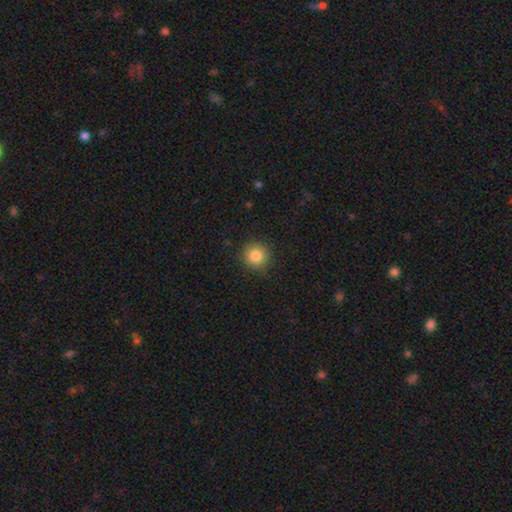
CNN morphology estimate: Smooth or featured? Predicted: smooth (p=0.84). How rounded? Predicted: round (p=0.94). Merging? Predicted: none (p=0.91).